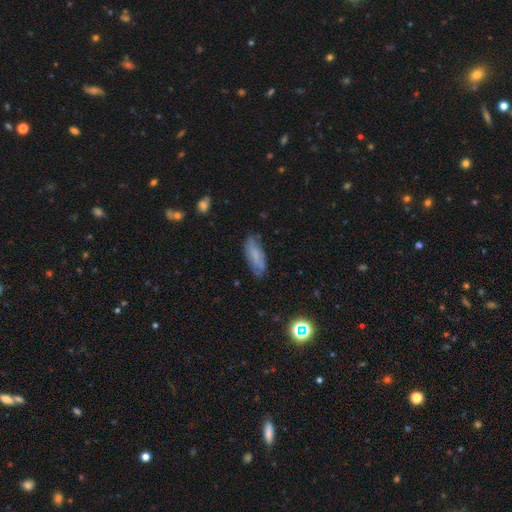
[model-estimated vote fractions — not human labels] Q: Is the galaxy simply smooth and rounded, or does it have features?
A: smooth — 66%.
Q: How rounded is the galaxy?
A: in between — 69%.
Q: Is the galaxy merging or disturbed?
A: none — 72%.